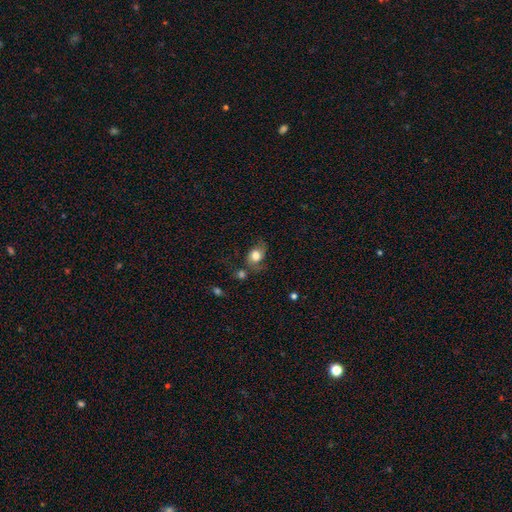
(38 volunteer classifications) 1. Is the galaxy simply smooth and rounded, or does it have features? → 76% smooth, 21% featured or disk, 3% star or artifact.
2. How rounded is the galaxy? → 55% in between, 45% round, 0% cigar-shaped.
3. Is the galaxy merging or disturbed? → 38% none, 35% minor disturbance, 22% major disturbance, 5% merger.